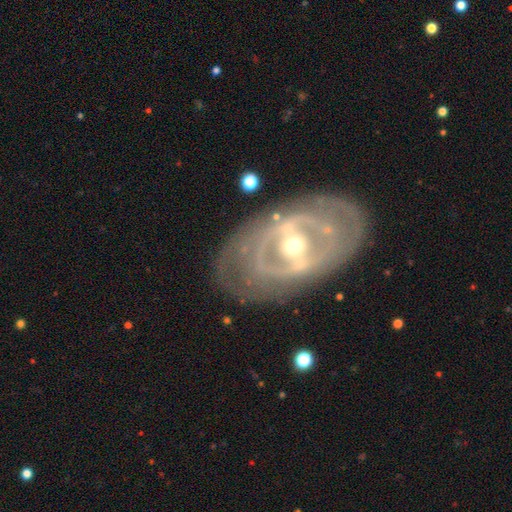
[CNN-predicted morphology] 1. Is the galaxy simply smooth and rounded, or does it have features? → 85% featured or disk, 10% smooth, 5% star or artifact.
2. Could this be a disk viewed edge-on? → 93% no, 7% yes.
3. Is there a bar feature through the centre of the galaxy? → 44% strong, 33% weak, 23% no.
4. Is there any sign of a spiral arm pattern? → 65% yes, 35% no.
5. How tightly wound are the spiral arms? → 64% tight, 26% medium, 10% loose.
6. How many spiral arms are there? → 41% can't tell, 39% 2, 7% 3, 4% 1, 4% 4, 3% more than 4.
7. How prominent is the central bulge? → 58% moderate, 37% small, 3% large, 1% dominant, 1% none.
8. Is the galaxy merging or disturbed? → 75% none, 15% minor disturbance, 8% major disturbance, 2% merger.